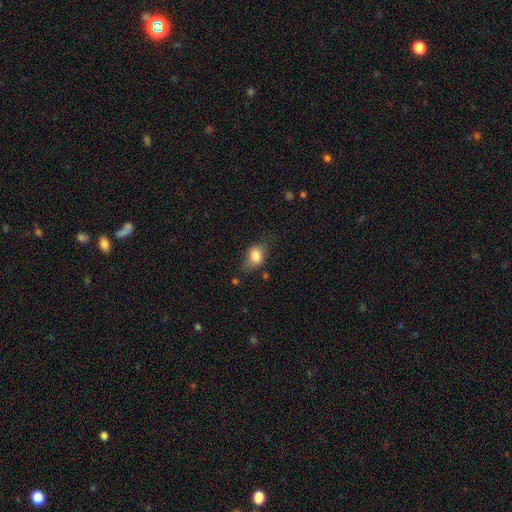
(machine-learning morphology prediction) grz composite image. It shows a smooth galaxy with no disk features (80%) that is in between round and cigar-shaped (72%). Merging: none (52%).